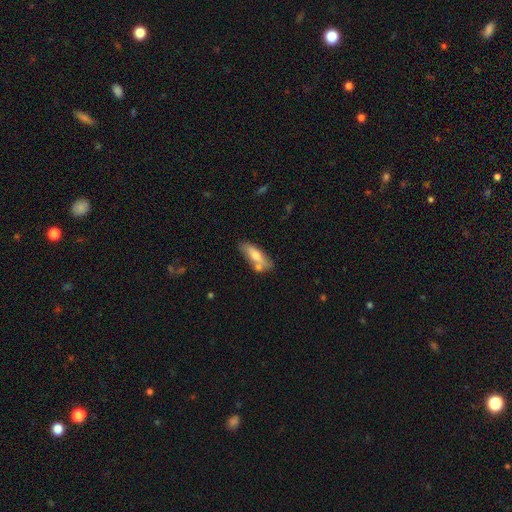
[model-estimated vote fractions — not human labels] Smooth or featured?
  - smooth: 62% *
  - featured or disk: 31%
  - star or artifact: 7%
How rounded?
  - in between: 52% *
  - cigar-shaped: 46%
  - round: 2%
Merging?
  - none: 61% *
  - merger: 18%
  - minor disturbance: 17%
  - major disturbance: 4%